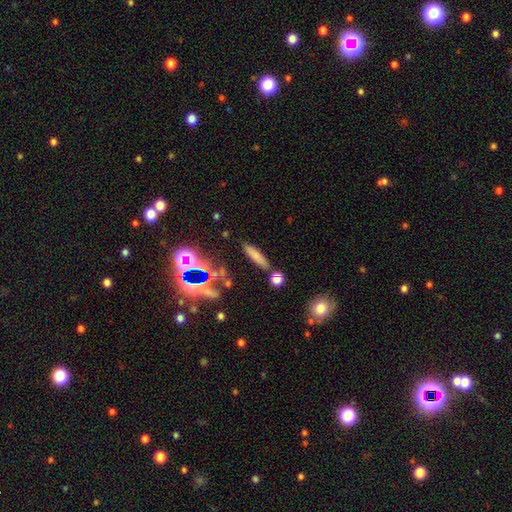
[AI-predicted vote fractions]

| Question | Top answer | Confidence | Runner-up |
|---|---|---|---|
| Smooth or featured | smooth | 73% | star or artifact (13%) |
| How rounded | cigar-shaped | 73% | in between (24%) |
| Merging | none | 79% | minor disturbance (10%) |